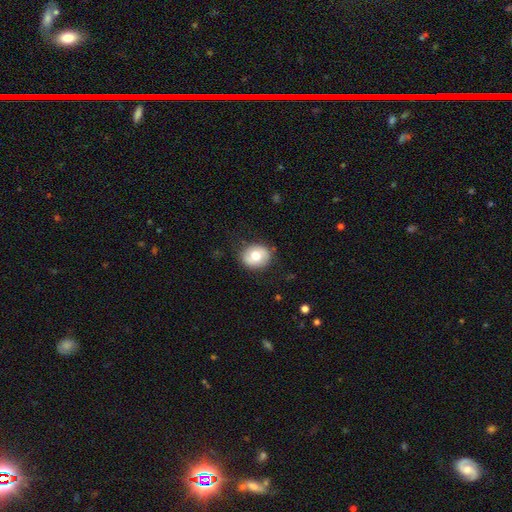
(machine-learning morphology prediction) This is likely a smooth galaxy (69%). How rounded: likely round (70%). Merging: clearly none (83%).